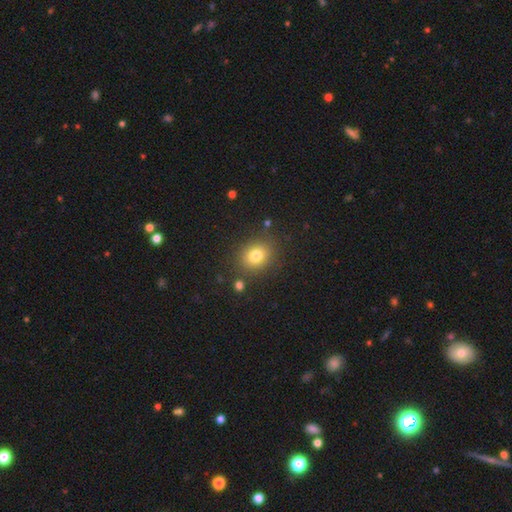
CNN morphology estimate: smooth-or-featured: smooth: 79% | star or artifact: 13% | featured or disk: 8%
  how-rounded: round: 67% | in between: 32% | cigar-shaped: 1%
  merging: none: 84% | minor disturbance: 9% | merger: 3% | major disturbance: 3%